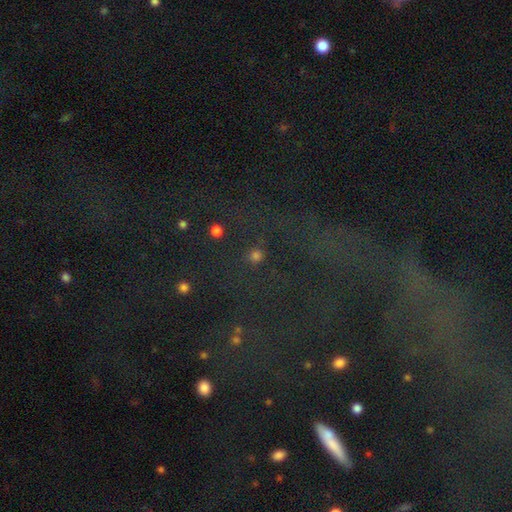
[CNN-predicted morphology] Overall: smooth (58%; star or artifact 34%). How rounded: round (89%). Merging: none (79%).